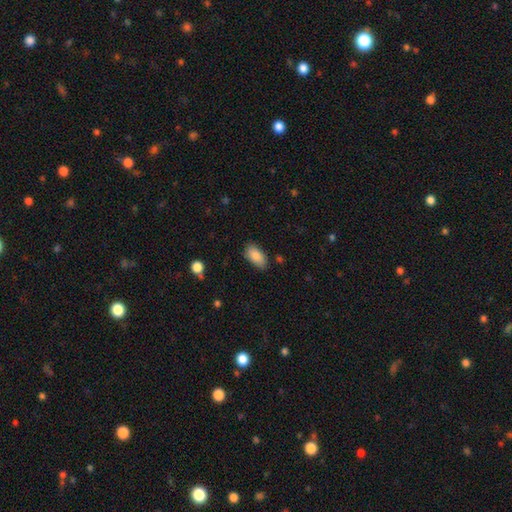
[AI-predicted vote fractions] smooth 88%, star or artifact 7%, featured or disk 5%. Down the decision tree: how rounded — in between (92%); merging — none (80%).